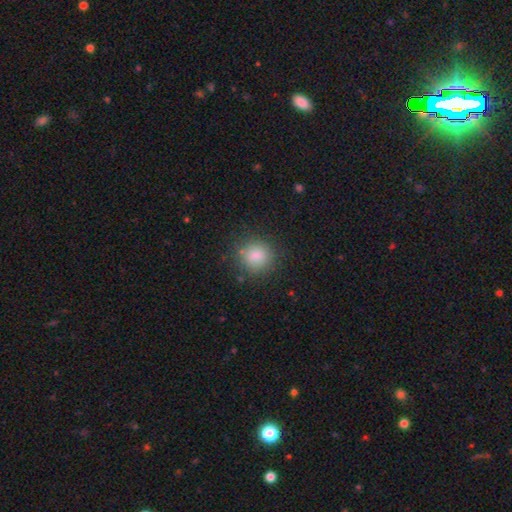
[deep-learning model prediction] The model was most divided on "merging": none: 82%, minor disturbance: 11%, major disturbance: 4%, merger: 2%. More confident: how rounded — round (88%); smooth or featured — smooth (84%).